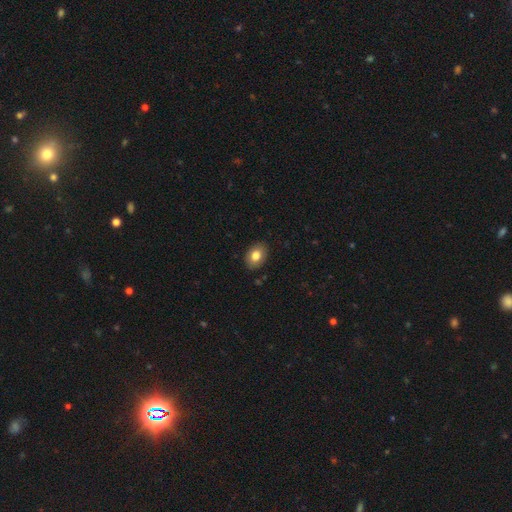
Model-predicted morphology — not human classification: Overall: smooth (81%). How rounded: in between (76%). Merging: none (87%).